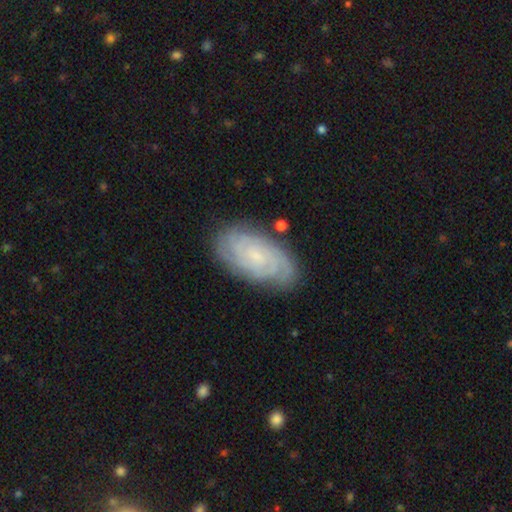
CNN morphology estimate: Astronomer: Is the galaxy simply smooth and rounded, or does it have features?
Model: featured or disk — 77%.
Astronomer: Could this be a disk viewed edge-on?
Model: no — 95%.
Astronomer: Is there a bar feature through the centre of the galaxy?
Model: no — 66%.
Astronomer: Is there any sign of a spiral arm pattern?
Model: yes — 96%.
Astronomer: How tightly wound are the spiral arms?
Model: tight — 75%.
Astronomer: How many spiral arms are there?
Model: can't tell — 34% (runner-up: 2, 25%).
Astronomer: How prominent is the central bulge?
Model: small — 69%.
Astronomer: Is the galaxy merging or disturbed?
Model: none — 80%.